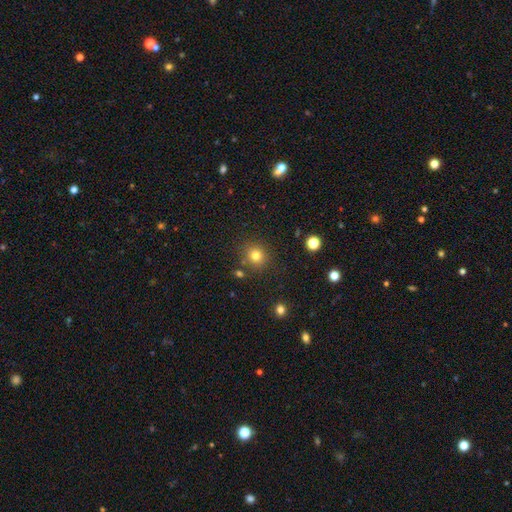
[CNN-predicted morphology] Smooth or featured: smooth — 80% (star or artifact — 14%)
How rounded: round — 87% (in between — 12%)
Merging: none — 84% (minor disturbance — 8%)